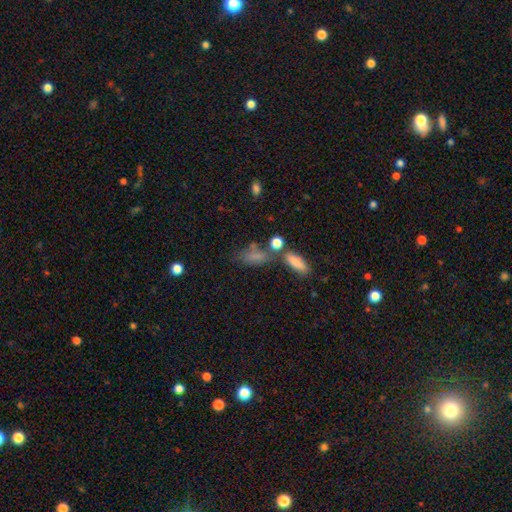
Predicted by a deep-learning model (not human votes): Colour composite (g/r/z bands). It shows a smooth galaxy with no disk features (74%) that is in between round and cigar-shaped (69%). Merging: none (44%).